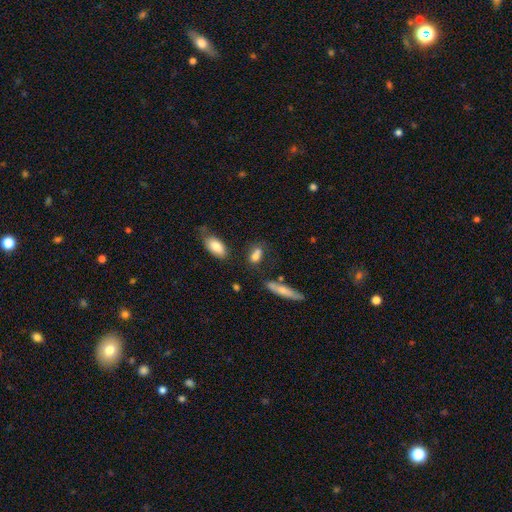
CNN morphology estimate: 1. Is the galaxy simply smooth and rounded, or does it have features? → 77% smooth, 12% featured or disk, 11% star or artifact.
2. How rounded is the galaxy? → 74% in between, 15% round, 11% cigar-shaped.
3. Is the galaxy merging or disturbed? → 53% none, 22% merger, 18% minor disturbance, 7% major disturbance.